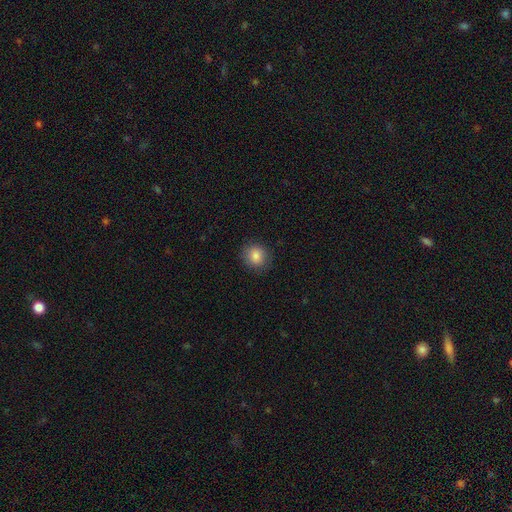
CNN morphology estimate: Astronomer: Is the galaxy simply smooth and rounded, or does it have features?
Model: smooth — 85%.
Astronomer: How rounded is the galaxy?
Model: round — 82%.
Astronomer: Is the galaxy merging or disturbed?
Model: none — 87%.